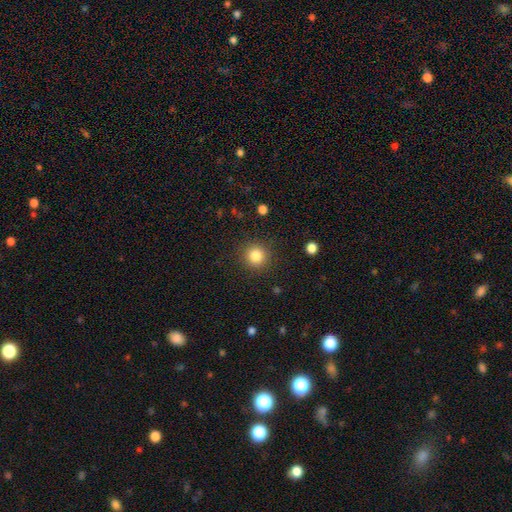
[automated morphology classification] Overall: smooth (83%). How rounded: round (94%). Merging: none (89%).